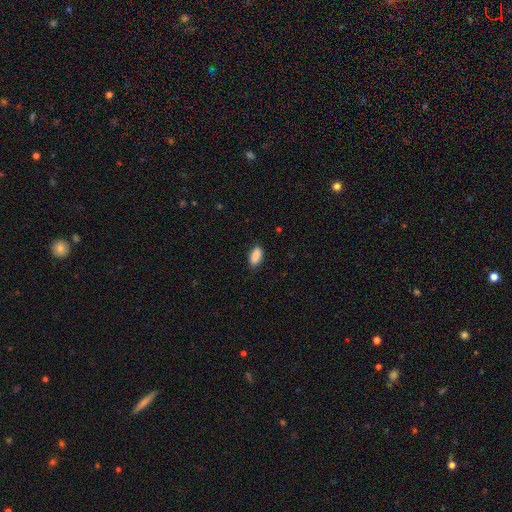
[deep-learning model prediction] smooth_or_featured: smooth (p=0.90) [alt: star or artifact p=0.07]
how_rounded: in between (p=0.92) [alt: cigar-shaped p=0.05]
merging: none (p=0.85) [alt: minor disturbance p=0.12]